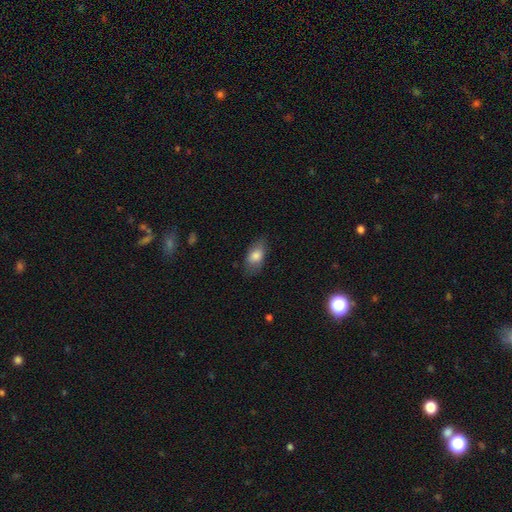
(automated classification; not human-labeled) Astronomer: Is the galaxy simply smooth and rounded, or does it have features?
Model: smooth — 78%.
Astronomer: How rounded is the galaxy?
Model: in between — 88%.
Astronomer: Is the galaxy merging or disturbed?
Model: none — 74%.